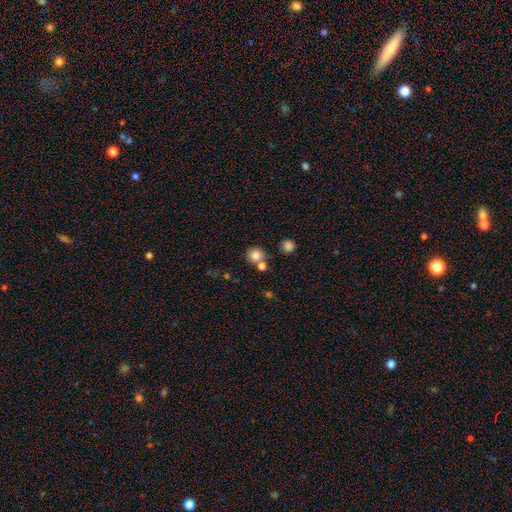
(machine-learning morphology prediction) Overall: smooth (81%). How rounded: round (90%). Merging: none (66%).